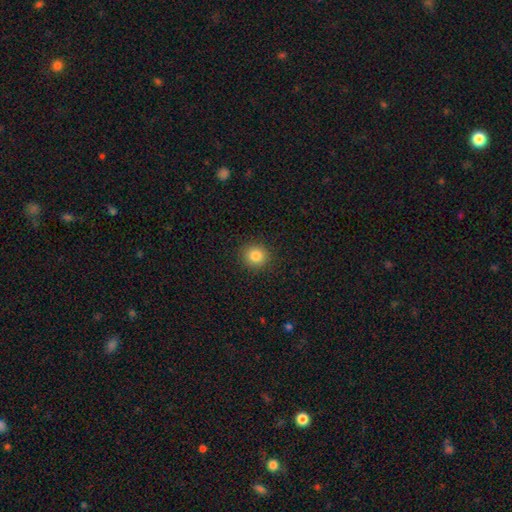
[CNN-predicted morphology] A smooth galaxy with no disk features (84%) that is round (90%). Merging: none (91%).